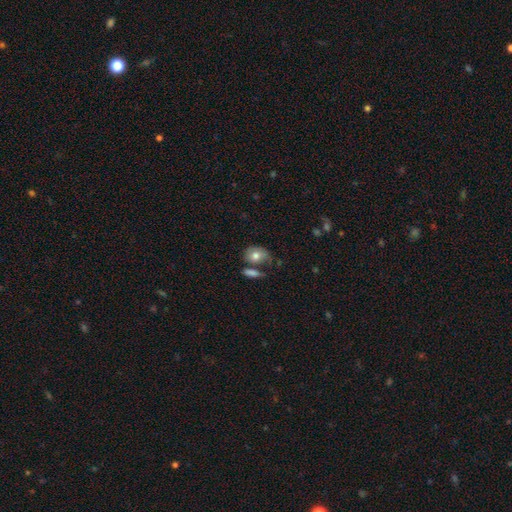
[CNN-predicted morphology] This is likely a smooth galaxy (74%). How rounded: likely in between (75%). Merging: possibly none (49%).